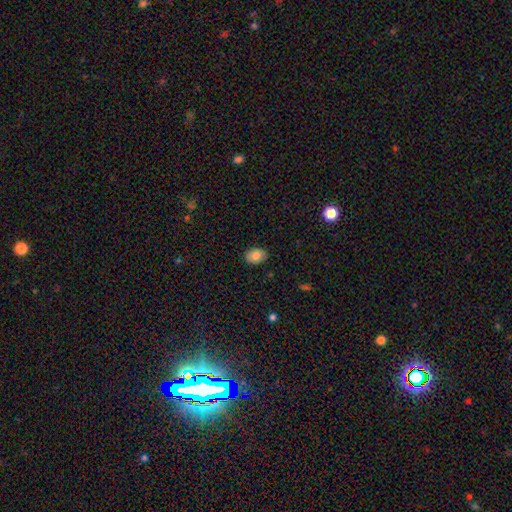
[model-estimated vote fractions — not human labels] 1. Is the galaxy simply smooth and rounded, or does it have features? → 82% smooth, 10% featured or disk, 8% star or artifact.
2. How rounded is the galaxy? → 77% in between, 22% round, 1% cigar-shaped.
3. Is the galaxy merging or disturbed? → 88% none, 9% minor disturbance, 2% major disturbance, 1% merger.